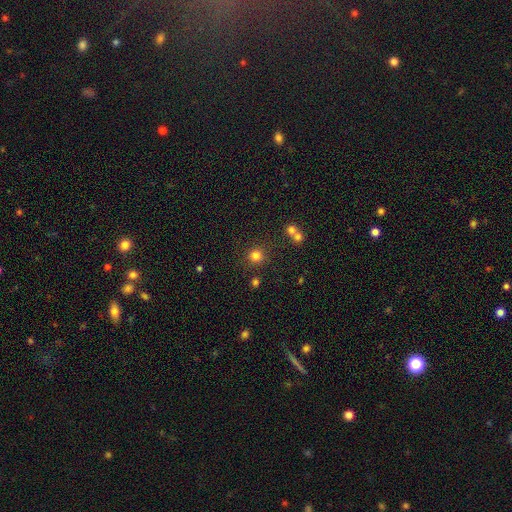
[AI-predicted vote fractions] Overall: smooth (79%). How rounded: round (92%). Merging: none (82%).